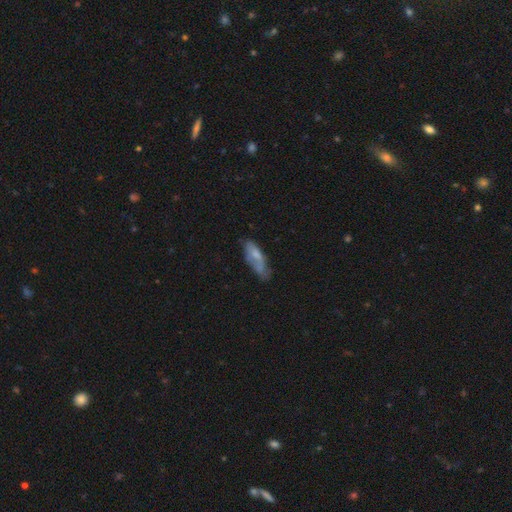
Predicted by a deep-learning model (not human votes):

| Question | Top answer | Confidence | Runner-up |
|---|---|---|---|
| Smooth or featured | smooth | 60% | featured or disk (33%) |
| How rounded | in between | 59% | cigar-shaped (39%) |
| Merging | none | 48% | minor disturbance (32%) |